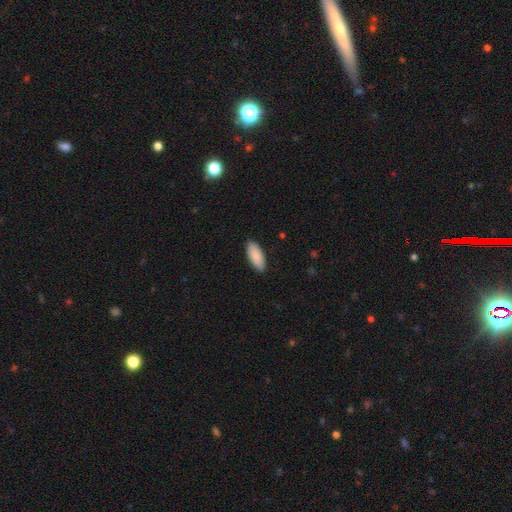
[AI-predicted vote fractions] Smooth or featured? Predicted: smooth (p=0.89). How rounded? Predicted: in between (p=0.84). Merging? Predicted: none (p=0.89).